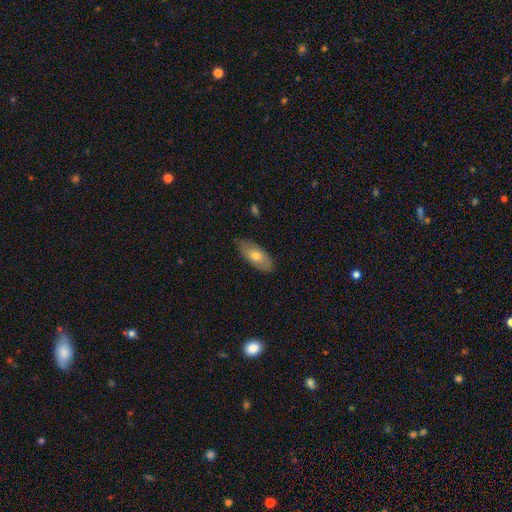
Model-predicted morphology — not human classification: This appears to be a smooth galaxy with no disk features (66%) that is in between round and cigar-shaped (86%). Merging: none (79%).